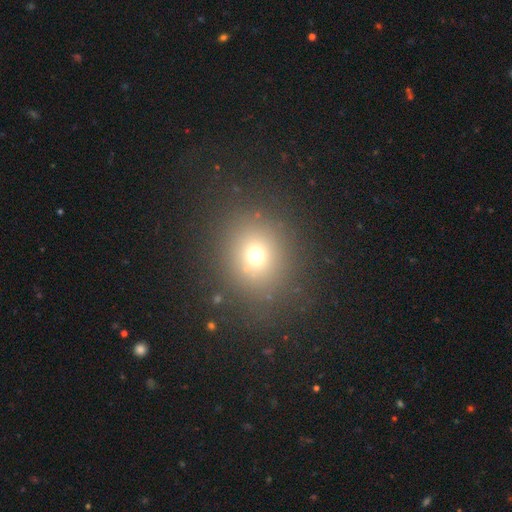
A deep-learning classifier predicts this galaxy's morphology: smooth 67%, star or artifact 22%, featured or disk 11%. Down the decision tree: how rounded — round (82%); merging — none (84%).